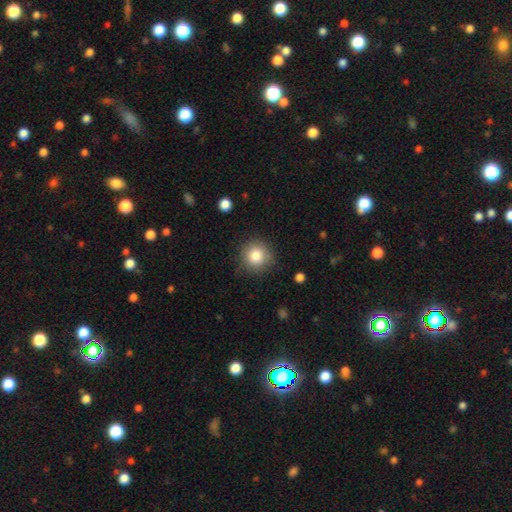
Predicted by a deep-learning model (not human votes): Morphology: type=smooth (83%); roundness=round (93%); merging=none (83%).